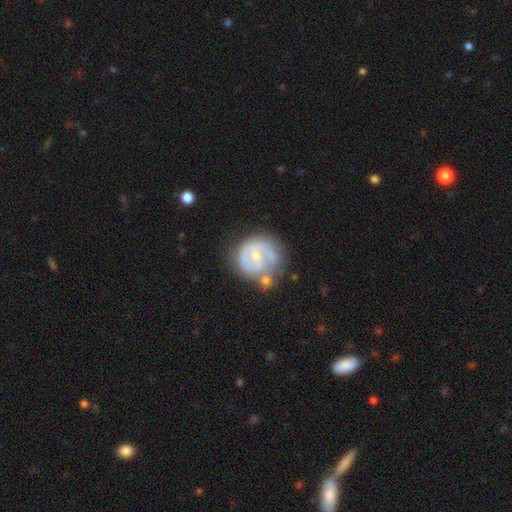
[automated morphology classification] smooth_or_featured: featured or disk (p=0.80) [alt: smooth p=0.15]
disk_edge_on: no (p=0.98) [alt: yes p=0.02]
bar: no (p=0.55) [alt: weak p=0.38]
has_spiral_arms: yes (p=0.91) [alt: no p=0.09]
spiral_winding: tight (p=0.53) [alt: medium p=0.36]
spiral_arm_count: 2 (p=0.56) [alt: can't tell p=0.18]
bulge_size: small (p=0.60) [alt: moderate p=0.36]
merging: none (p=0.55) [alt: minor disturbance p=0.22]